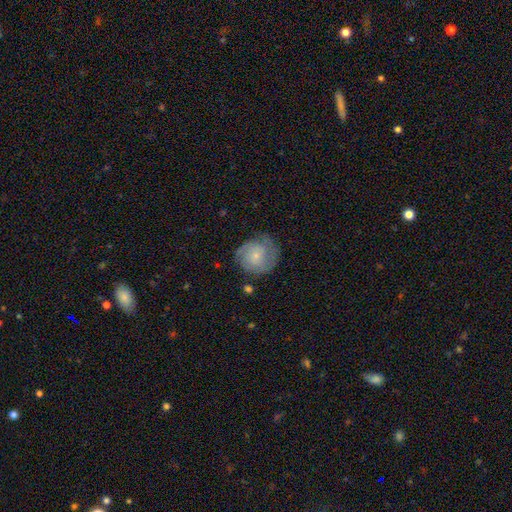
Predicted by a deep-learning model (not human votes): Smooth or featured? featured or disk (61%)
Edge-on disk? no (98%)
Bar? no (76%)
Spiral arms? yes (88%)
Spiral winding? tight (53%)
Spiral arm count? 2 (44%)
Bulge size? small (74%)
Merging? none (69%)